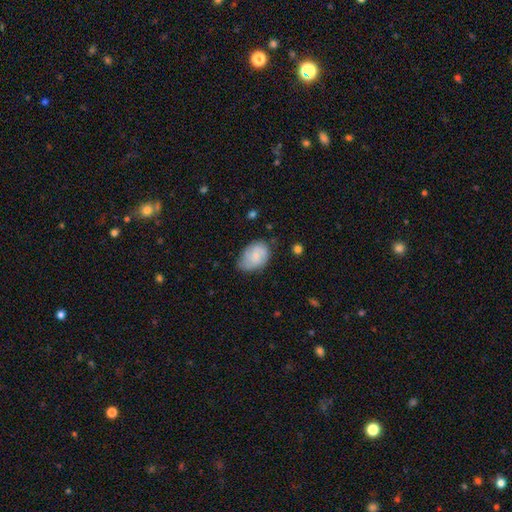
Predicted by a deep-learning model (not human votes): smooth_or_featured: smooth (p=0.55) [alt: featured or disk p=0.38]
how_rounded: in between (p=0.80) [alt: round p=0.19]
merging: none (p=0.62) [alt: minor disturbance p=0.29]